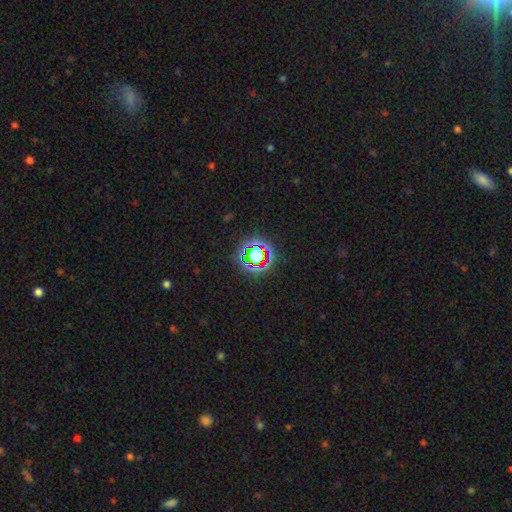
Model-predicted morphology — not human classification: Smooth or featured?
  - star or artifact: 65% *
  - smooth: 23%
  - featured or disk: 12%